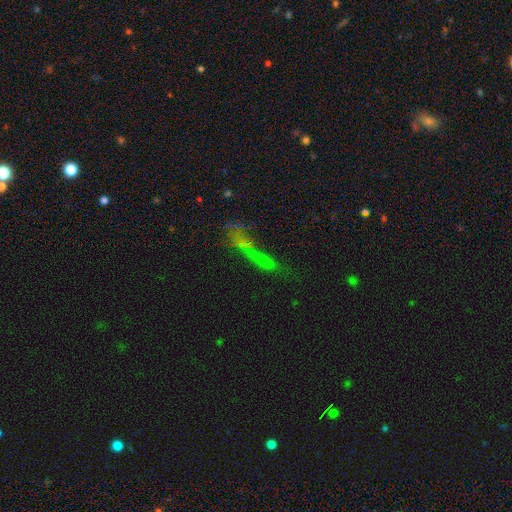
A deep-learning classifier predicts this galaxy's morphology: smooth 37%, star or artifact 33%, featured or disk 29%. Down the decision tree: merging — none (38%).